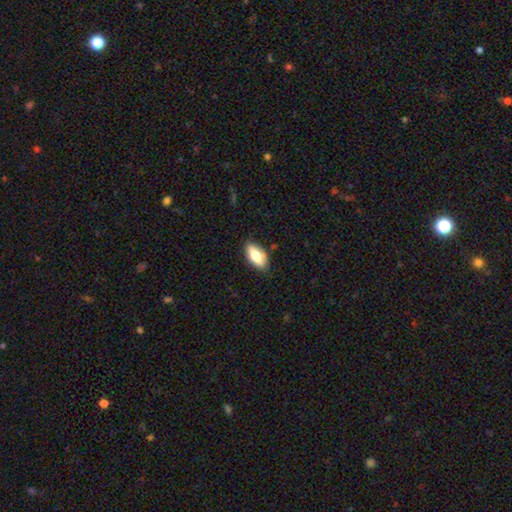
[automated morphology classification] Smooth or featured: smooth — 73% (featured or disk — 21%)
How rounded: in between — 89% (cigar-shaped — 7%)
Merging: none — 84% (minor disturbance — 13%)